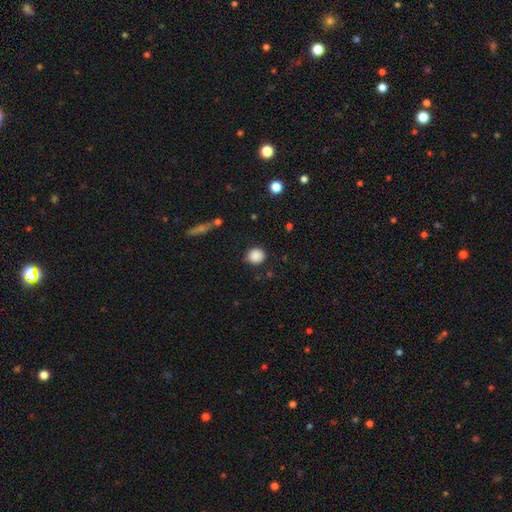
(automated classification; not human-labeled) smooth 87%, star or artifact 9%, featured or disk 4%. Down the decision tree: how rounded — round (87%); merging — none (85%).